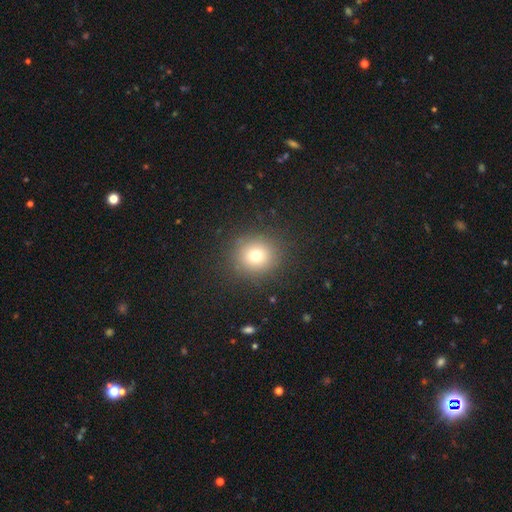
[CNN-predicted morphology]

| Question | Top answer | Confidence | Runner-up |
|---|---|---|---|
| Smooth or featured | smooth | 74% | star or artifact (15%) |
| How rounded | round | 87% | in between (12%) |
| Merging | none | 87% | minor disturbance (8%) |